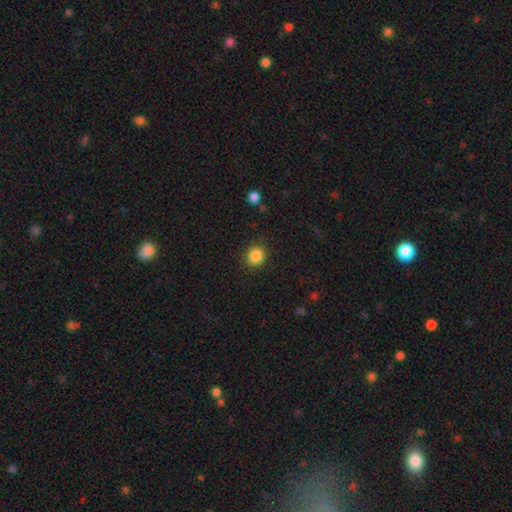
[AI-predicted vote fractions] The model was most divided on "how rounded": round: 80%, in between: 19%, cigar-shaped: 1%. More confident: merging — none (89%); smooth or featured — smooth (86%).